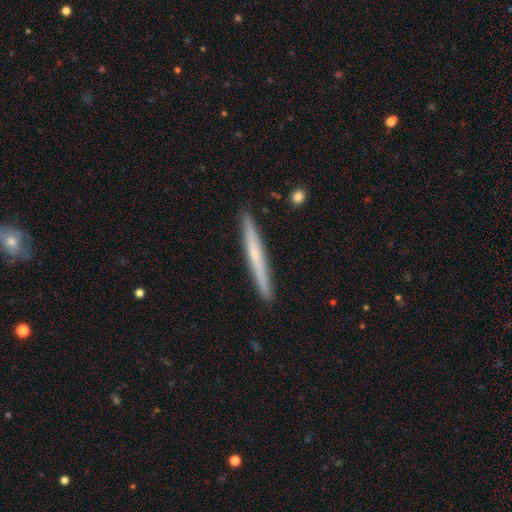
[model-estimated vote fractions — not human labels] Smooth or featured? Predicted: smooth (p=0.49). Merging? Predicted: none (p=0.92).